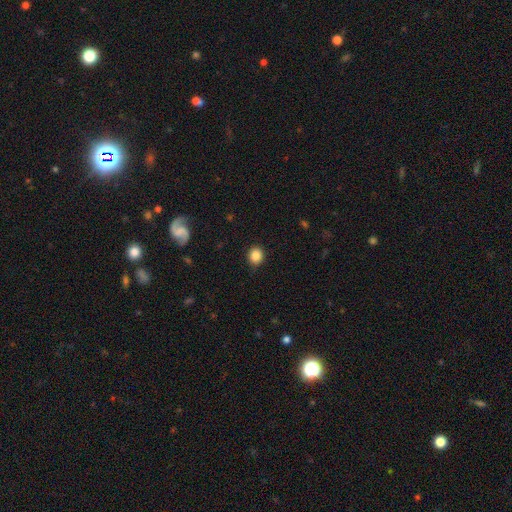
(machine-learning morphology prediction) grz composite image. It shows a smooth galaxy with no disk features (85%) that is round (77%). Merging: none (87%).